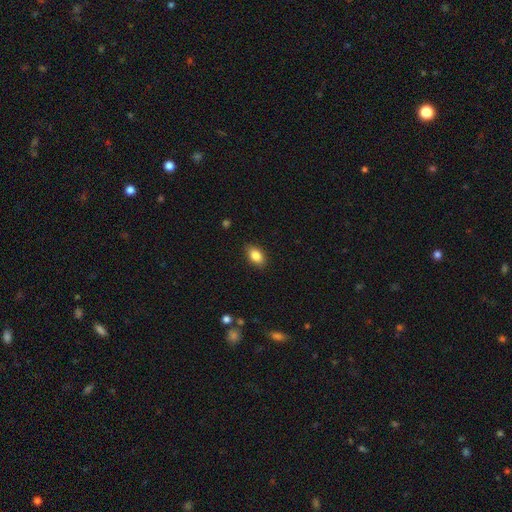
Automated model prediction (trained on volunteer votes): A smooth galaxy with no disk features (85%) that is in between round and cigar-shaped (88%). Merging: none (87%).